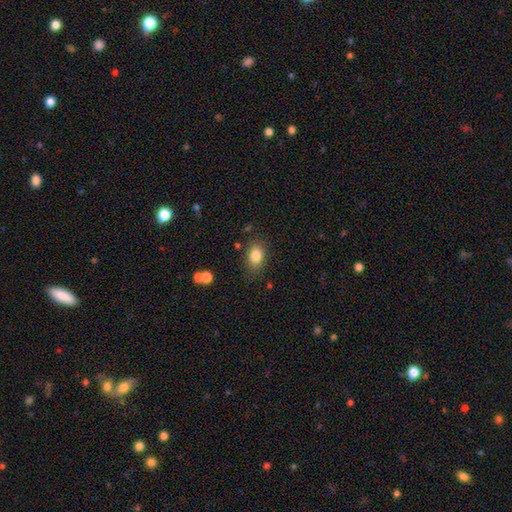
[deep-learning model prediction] smooth_or_featured: smooth (p=0.82) [alt: star or artifact p=0.09]
how_rounded: in between (p=0.74) [alt: round p=0.24]
merging: none (p=0.76) [alt: minor disturbance p=0.16]